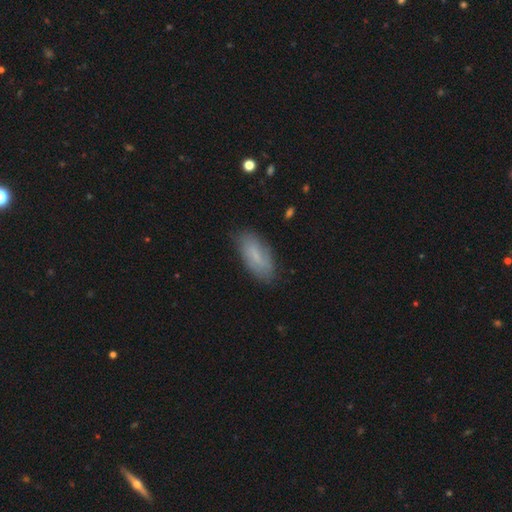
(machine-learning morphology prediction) Smooth or featured? smooth (68%)
How rounded? in between (80%)
Merging? none (78%)